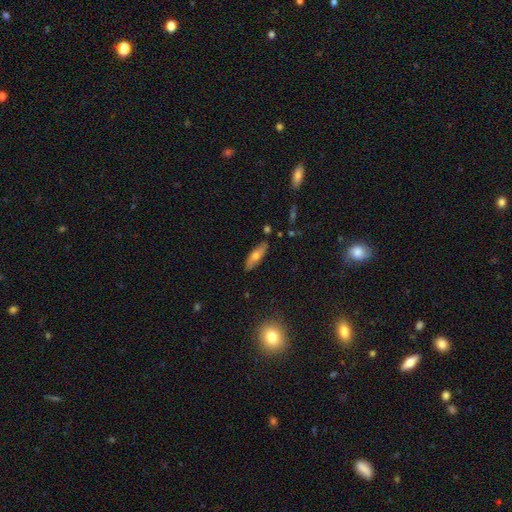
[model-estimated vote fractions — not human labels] This appears to be a smooth galaxy with no disk features (60%) that is in between round and cigar-shaped (51%). Merging: none (85%).